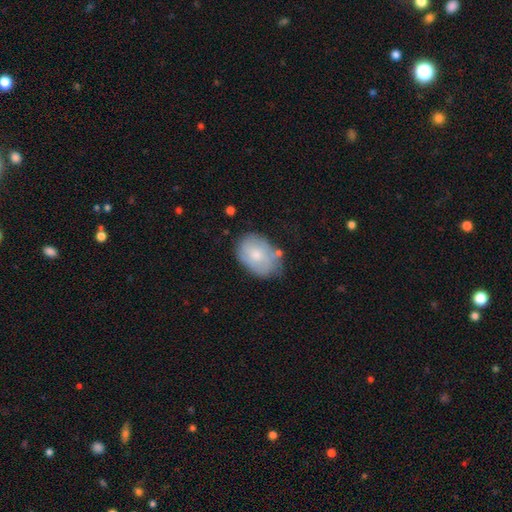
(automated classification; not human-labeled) smooth-or-featured: smooth: 67% | featured or disk: 26% | star or artifact: 7%
  how-rounded: in between: 80% | round: 19% | cigar-shaped: 1%
  merging: none: 63% | minor disturbance: 26% | major disturbance: 7% | merger: 5%